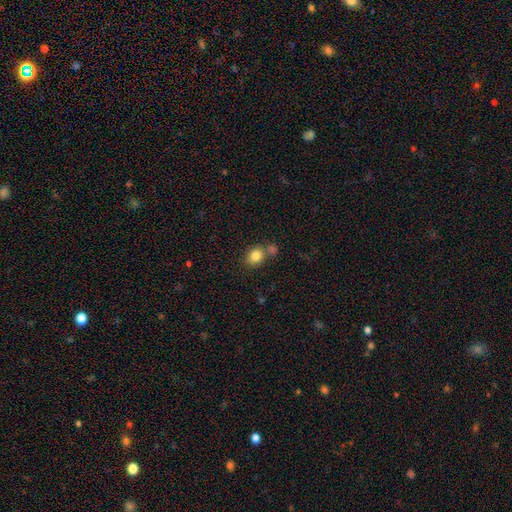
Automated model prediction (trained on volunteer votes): This is clearly a smooth galaxy (83%). How rounded: possibly round (54%). Merging: possibly none (59%).